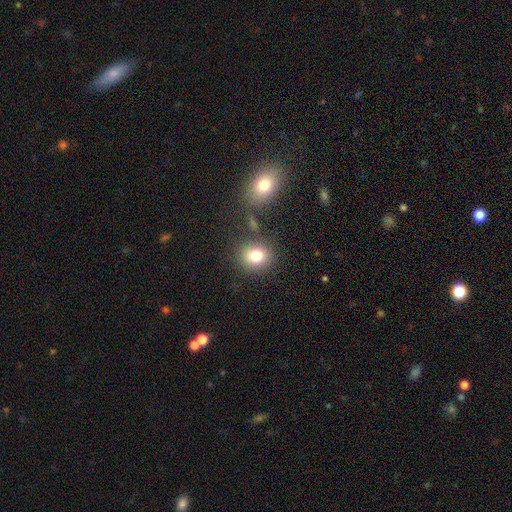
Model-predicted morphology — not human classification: A smooth galaxy with no disk features (80%) that is round (66%).

Vote fractions:
- Smooth or featured? smooth: 80% / star or artifact: 11% / featured or disk: 9%
- How rounded? round: 66% / in between: 33% / cigar-shaped: 1%
- Merging? none: 78% / minor disturbance: 10% / merger: 8% / major disturbance: 4%